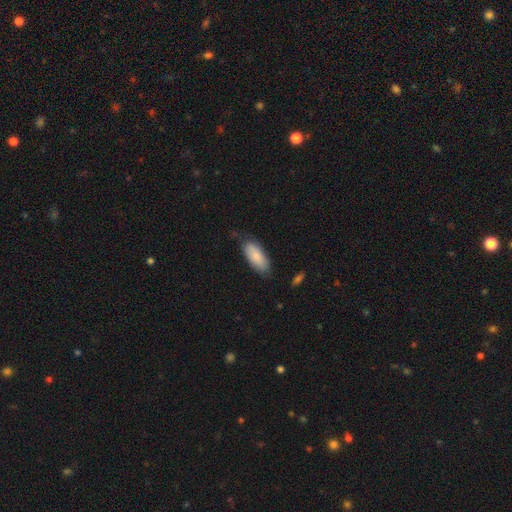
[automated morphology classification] Smooth or featured: smooth — 83% (featured or disk — 12%)
How rounded: in between — 86% (cigar-shaped — 13%)
Merging: none — 69% (minor disturbance — 24%)